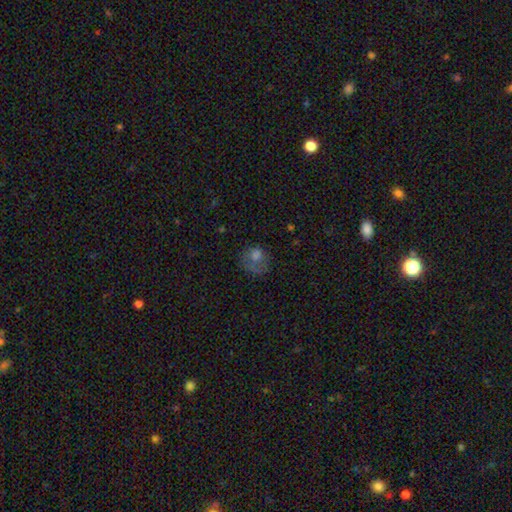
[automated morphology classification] Overall: smooth (60%; featured or disk 22%). How rounded: round (69%; in between 30%). Merging: none (40%; major disturbance 33%).